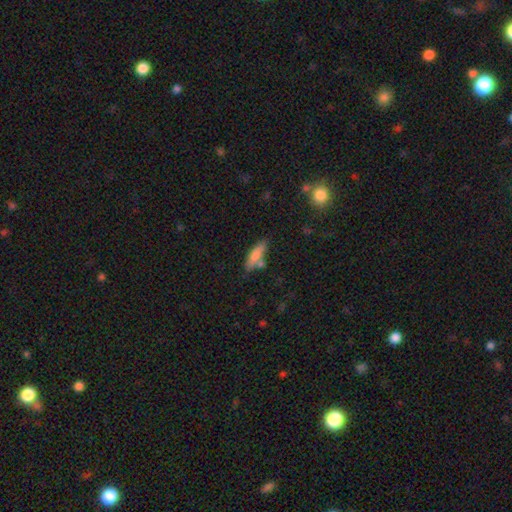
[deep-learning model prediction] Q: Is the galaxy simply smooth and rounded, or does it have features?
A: smooth — 79%.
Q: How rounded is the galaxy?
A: cigar-shaped — 55%.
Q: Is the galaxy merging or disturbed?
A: none — 65%.